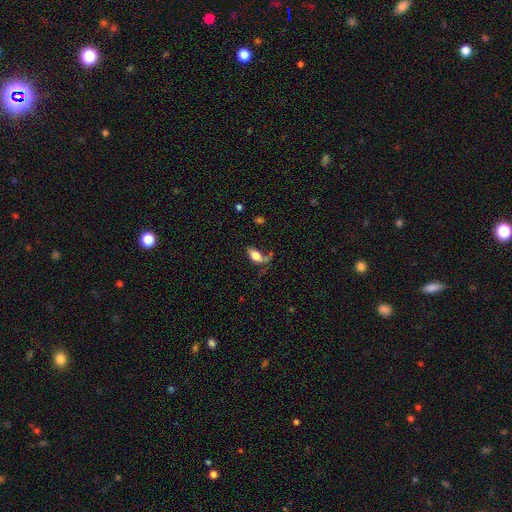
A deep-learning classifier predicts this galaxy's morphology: smooth-or-featured: smooth: 71% | featured or disk: 20% | star or artifact: 9%
  how-rounded: in between: 84% | cigar-shaped: 11% | round: 5%
  merging: none: 43% | minor disturbance: 22% | major disturbance: 22% | merger: 13%